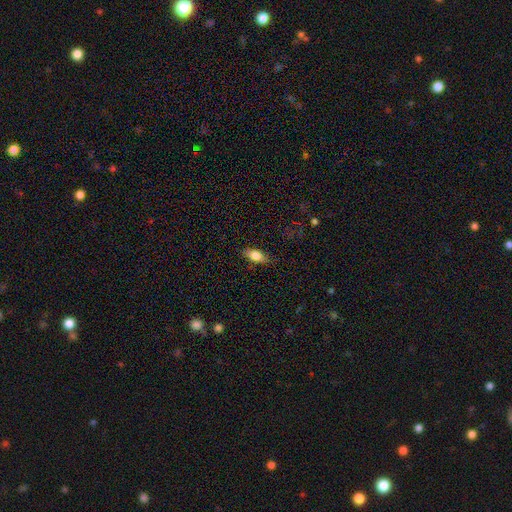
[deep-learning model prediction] Smooth or featured: smooth — 77% (featured or disk — 16%)
How rounded: in between — 83% (cigar-shaped — 13%)
Merging: none — 83% (minor disturbance — 13%)